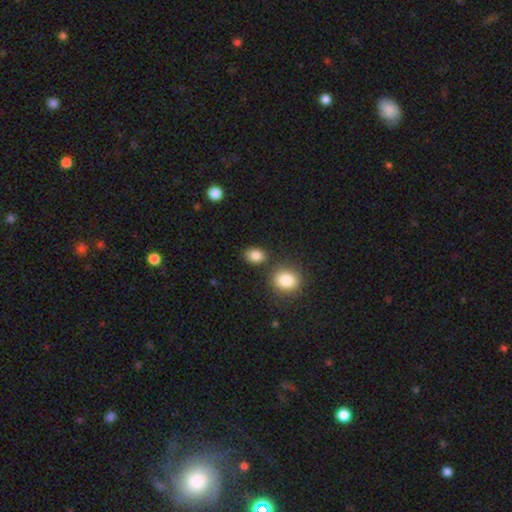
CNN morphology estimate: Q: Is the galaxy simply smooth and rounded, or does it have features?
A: smooth — 85%.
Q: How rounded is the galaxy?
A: in between — 58%.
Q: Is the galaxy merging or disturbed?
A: none — 76%.